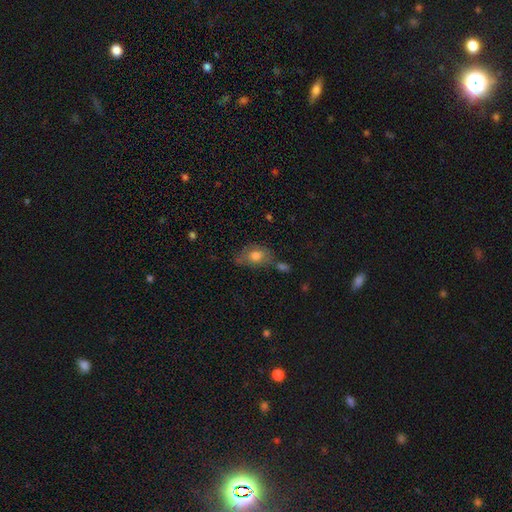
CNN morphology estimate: This is likely a smooth galaxy (70%). How rounded: likely in between (74%). Merging: possibly none (54%).